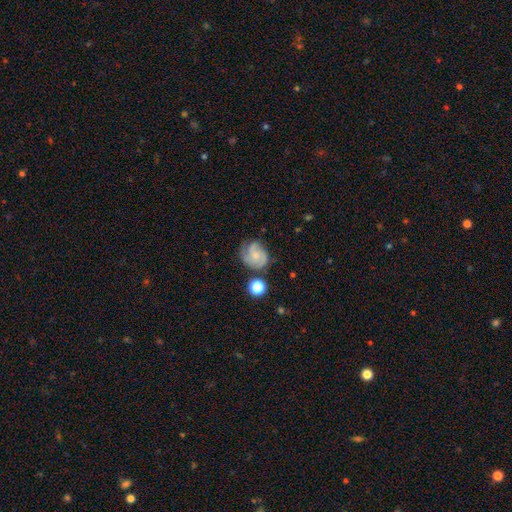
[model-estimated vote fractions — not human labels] smooth-or-featured: featured or disk: 73% | smooth: 20% | star or artifact: 7%
  disk-edge-on: no: 98% | yes: 2%
    bar: no: 71% | weak: 25% | strong: 4%
    has-spiral-arms: yes: 95% | no: 5%
      spiral-winding: tight: 45% | medium: 42% | loose: 13%
      spiral-arm-count: 3: 41% | 2: 31% | can't tell: 15% | 1: 5% | 4: 5% | more than 4: 3%
    bulge-size: small: 62% | moderate: 26% | none: 10% | large: 2% | dominant: 1%
  merging: none: 62% | minor disturbance: 23% | major disturbance: 10% | merger: 5%